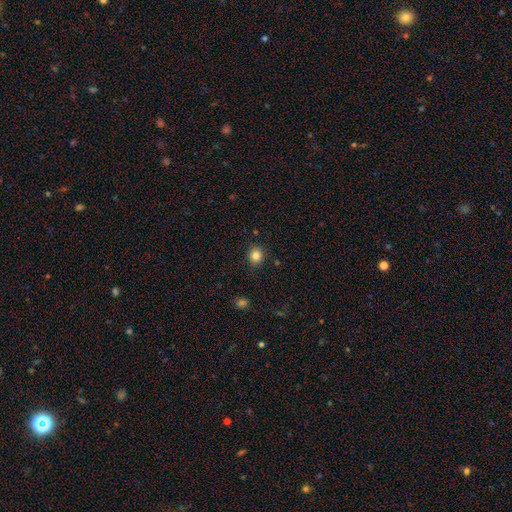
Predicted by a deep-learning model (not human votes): smooth 83%, star or artifact 11%, featured or disk 5%. Down the decision tree: how rounded — round (80%); merging — none (87%).